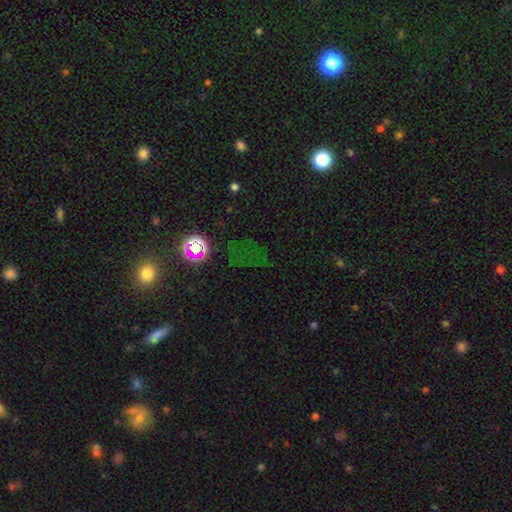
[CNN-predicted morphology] Overall: star or artifact (62%; smooth 27%).